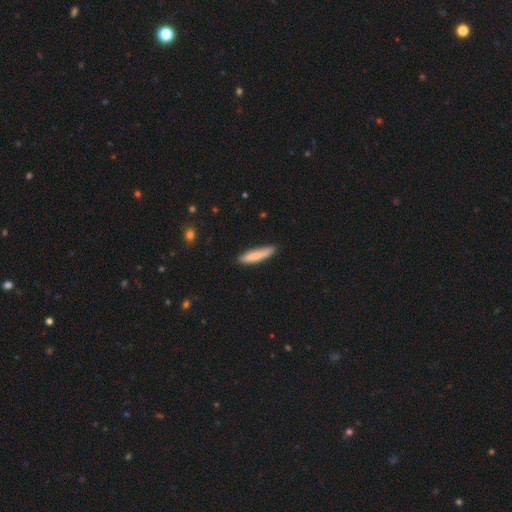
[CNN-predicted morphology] This is clearly a smooth galaxy (83%). How rounded: clearly cigar-shaped (86%). Merging: clearly none (80%).